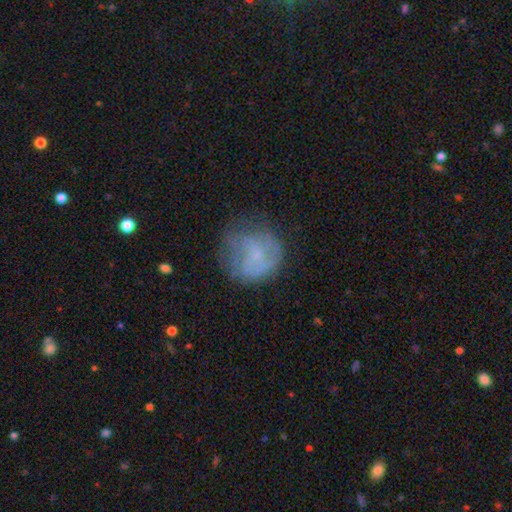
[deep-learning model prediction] smooth_or_featured: featured or disk (p=0.45) [alt: smooth p=0.44]
merging: none (p=0.60) [alt: minor disturbance p=0.24]